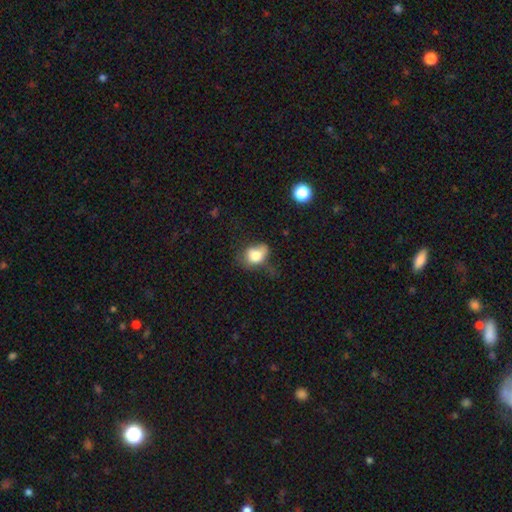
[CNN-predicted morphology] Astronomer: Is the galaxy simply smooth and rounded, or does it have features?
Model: smooth — 74%.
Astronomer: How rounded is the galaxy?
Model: in between — 63%.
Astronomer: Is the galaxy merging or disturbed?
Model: minor disturbance — 34% (runner-up: major disturbance, 31%).